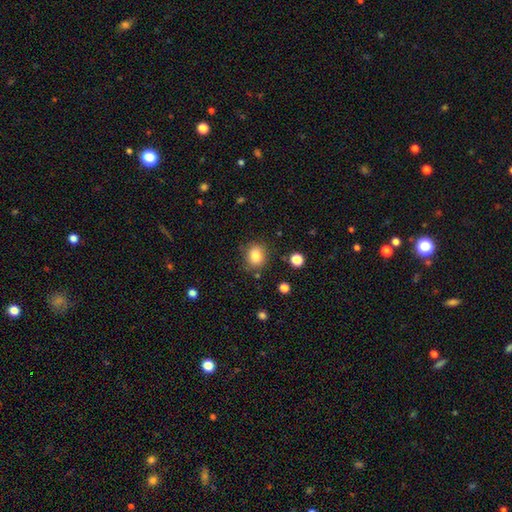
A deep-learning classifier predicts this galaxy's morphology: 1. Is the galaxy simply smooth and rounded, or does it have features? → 83% smooth, 10% star or artifact, 6% featured or disk.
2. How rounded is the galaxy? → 67% round, 32% in between, 1% cigar-shaped.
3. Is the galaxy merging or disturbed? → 82% none, 11% minor disturbance, 3% major disturbance, 3% merger.